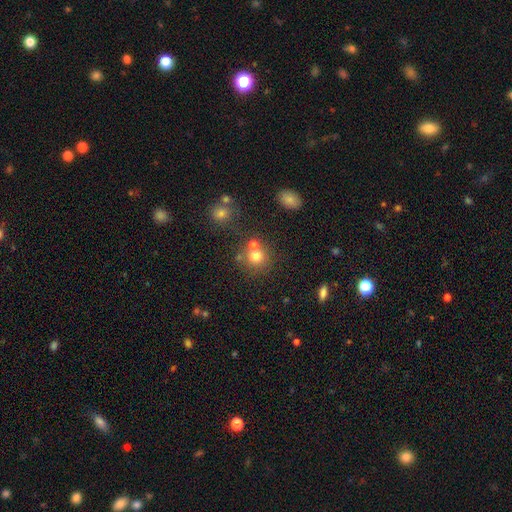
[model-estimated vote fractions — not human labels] The model was most divided on "merging": none: 59%, merger: 28%, minor disturbance: 9%, major disturbance: 4%. More confident: how rounded — round (87%); smooth or featured — smooth (73%).